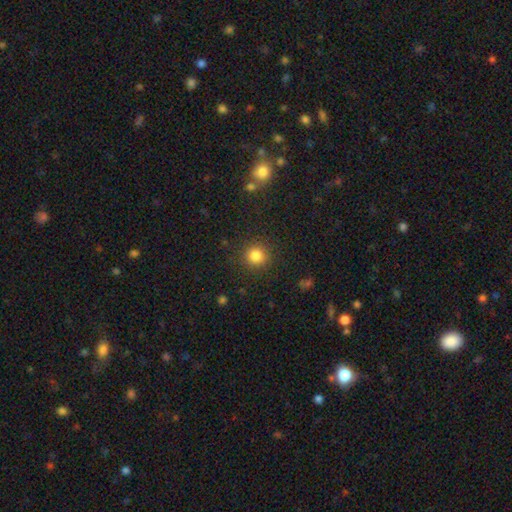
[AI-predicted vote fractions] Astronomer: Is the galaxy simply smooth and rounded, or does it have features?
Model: smooth — 83%.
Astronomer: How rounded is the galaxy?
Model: round — 92%.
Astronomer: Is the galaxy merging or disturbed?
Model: none — 89%.